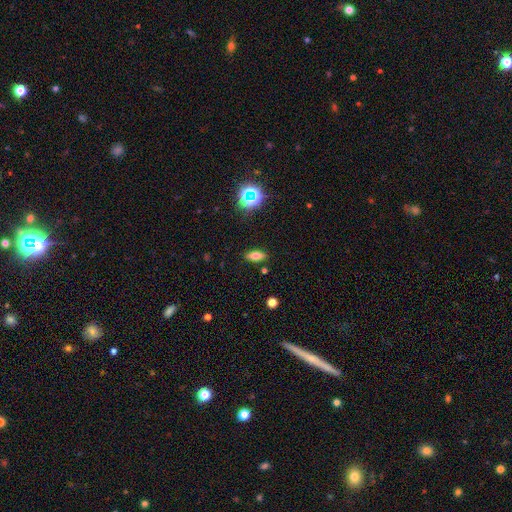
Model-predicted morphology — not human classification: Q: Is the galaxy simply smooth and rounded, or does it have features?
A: smooth — 70%.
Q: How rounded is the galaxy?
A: in between — 73%.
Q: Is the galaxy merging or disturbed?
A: none — 88%.